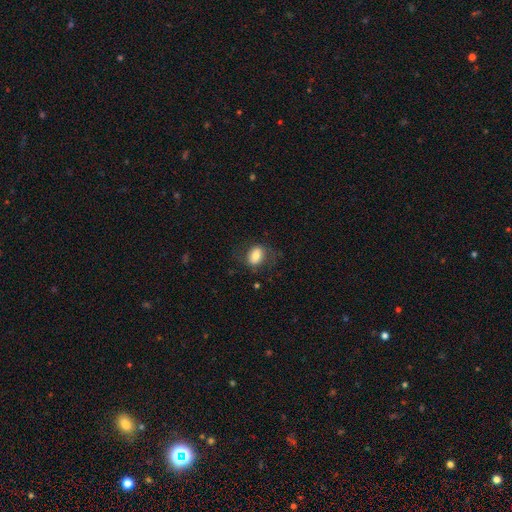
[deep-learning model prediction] This appears to be a smooth galaxy with no disk features (75%) that is in between round and cigar-shaped (71%). Merging: none (68%).